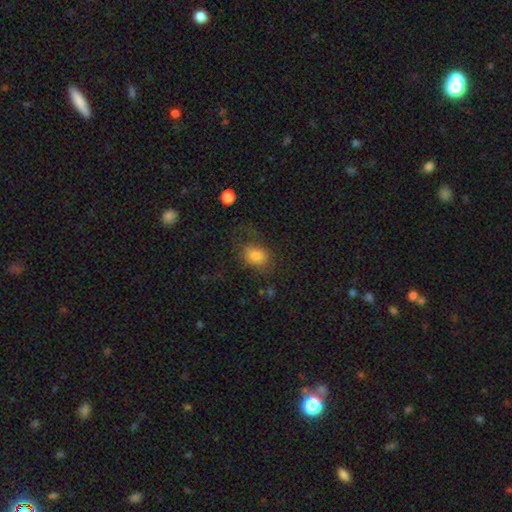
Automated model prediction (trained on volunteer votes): smooth_or_featured: smooth (p=0.78) [alt: featured or disk p=0.11]
how_rounded: in between (p=0.68) [alt: round p=0.30]
merging: none (p=0.53) [alt: major disturbance p=0.22]